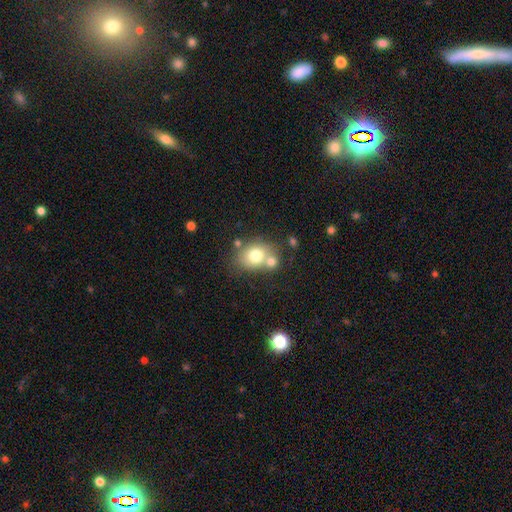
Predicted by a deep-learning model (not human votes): Smooth or featured? smooth (73%)
How rounded? round (50%)
Merging? none (51%)